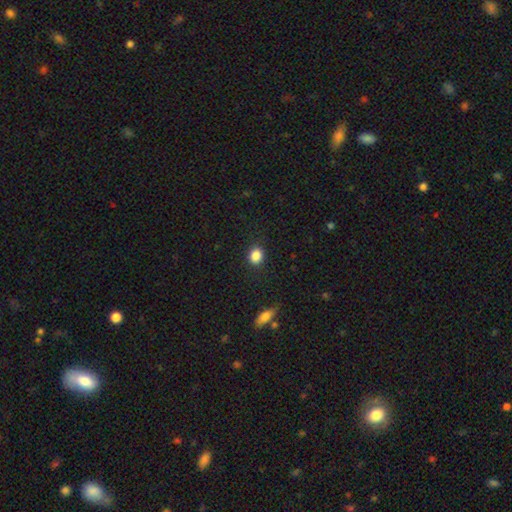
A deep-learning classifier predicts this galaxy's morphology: This appears to be a smooth galaxy with no disk features (86%) that is round (62%). Merging: none (88%).